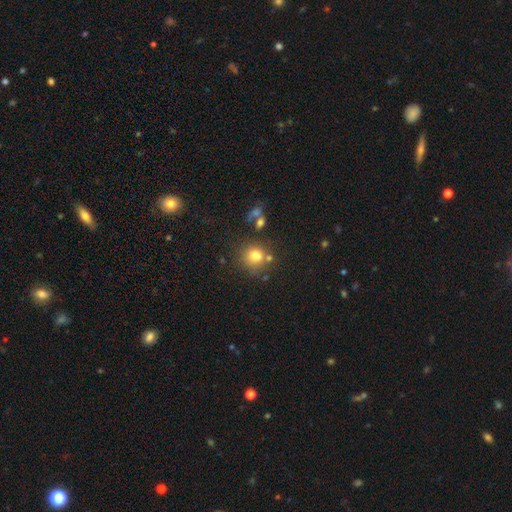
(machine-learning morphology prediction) type=smooth (78%); roundness=round (80%); merging=none (63%).